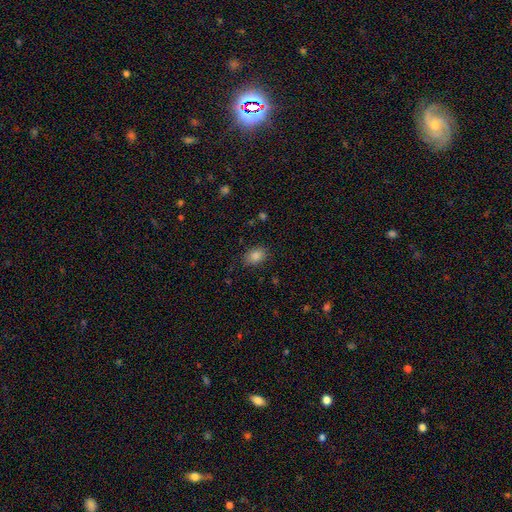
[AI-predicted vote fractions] smooth 85%, star or artifact 10%, featured or disk 6%. Down the decision tree: how rounded — in between (78%); merging — none (83%).